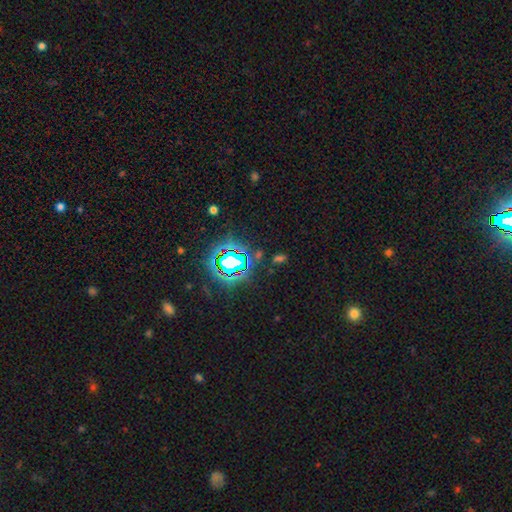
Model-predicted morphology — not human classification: Smooth or featured? Predicted: star or artifact (p=0.77).